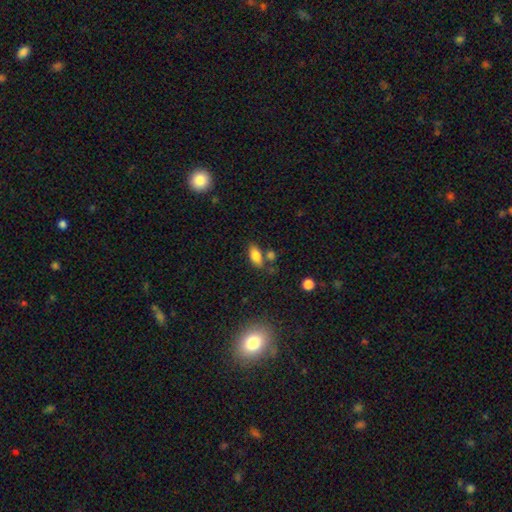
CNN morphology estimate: smooth 80%, featured or disk 10%, star or artifact 9%. Down the decision tree: how rounded — in between (87%); merging — none (64%).